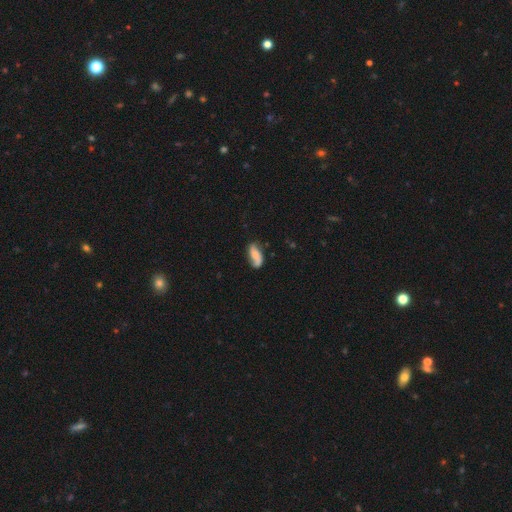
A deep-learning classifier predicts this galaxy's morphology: featured or disk 48%, smooth 44%, star or artifact 8%. Down the decision tree: merging — none (66%).